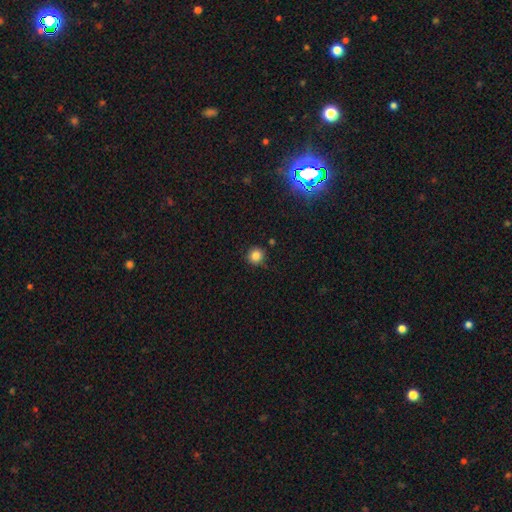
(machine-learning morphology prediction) Overall: smooth (83%). How rounded: round (92%). Merging: none (86%).